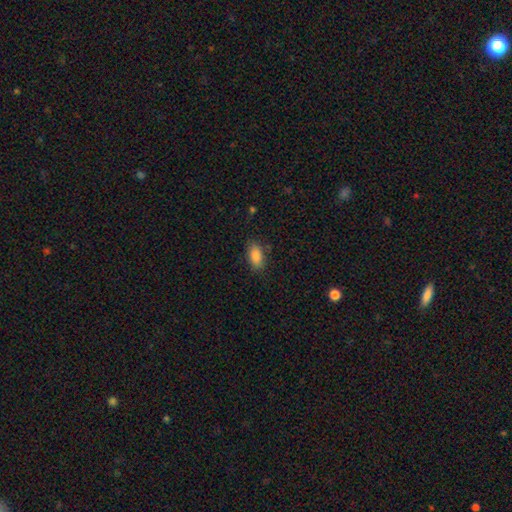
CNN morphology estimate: Smooth or featured? Predicted: smooth (p=0.87). How rounded? Predicted: in between (p=0.90). Merging? Predicted: none (p=0.82).